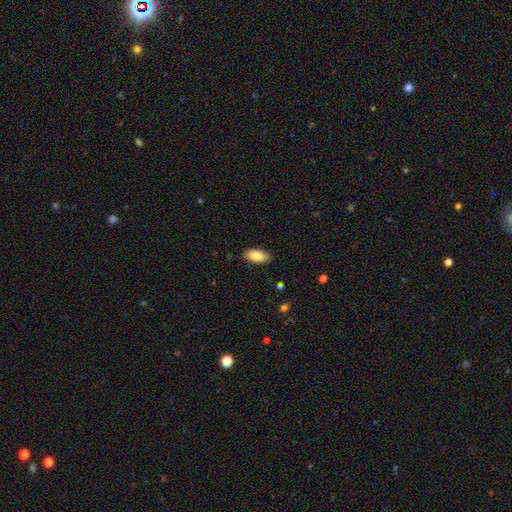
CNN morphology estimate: This appears to be a smooth galaxy with no disk features (84%) that is in between round and cigar-shaped (92%). Merging: none (85%).